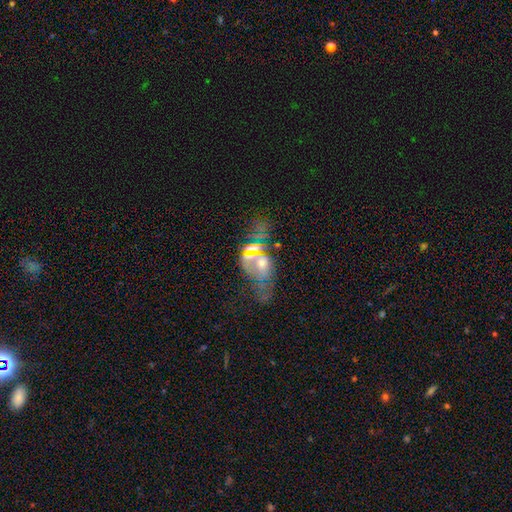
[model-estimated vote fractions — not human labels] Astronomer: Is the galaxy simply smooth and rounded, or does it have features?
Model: featured or disk — 45% (runner-up: star or artifact, 32%).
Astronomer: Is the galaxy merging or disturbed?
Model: none — 30% (runner-up: major disturbance, 27%).